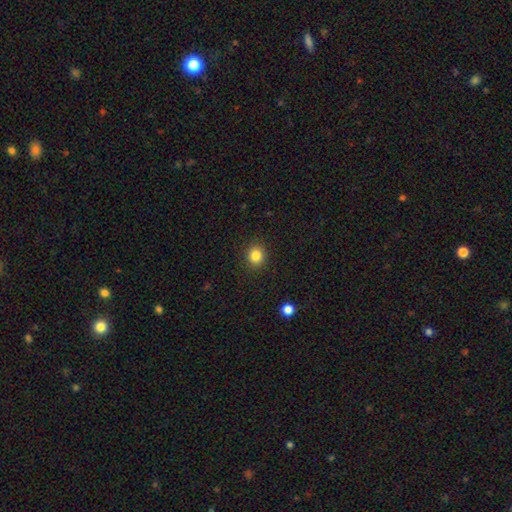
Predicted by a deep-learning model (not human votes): Overall: smooth (84%). How rounded: round (77%). Merging: none (90%).